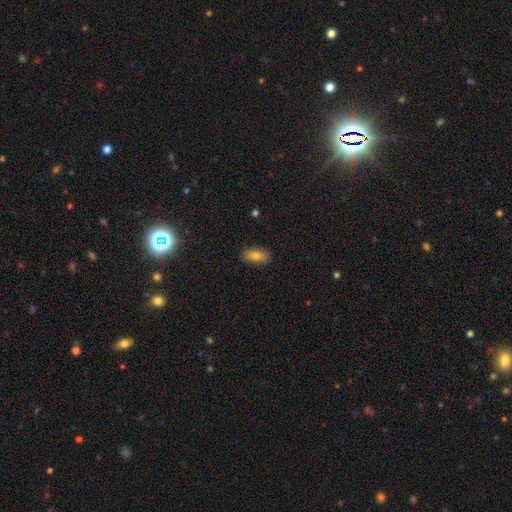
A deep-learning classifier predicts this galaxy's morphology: type=smooth (76%); roundness=in between (83%); merging=none (87%).